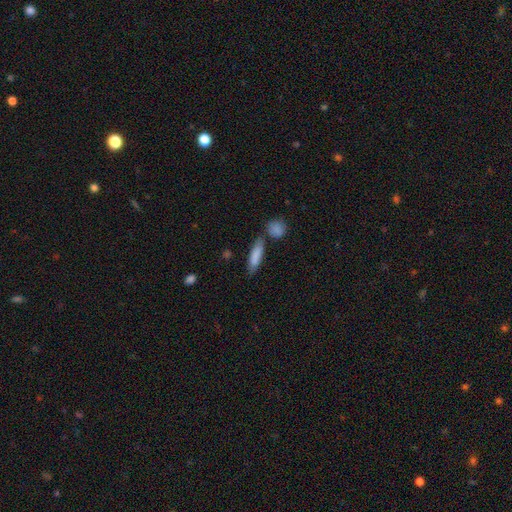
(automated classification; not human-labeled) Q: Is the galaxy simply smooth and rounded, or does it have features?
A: smooth — 83%.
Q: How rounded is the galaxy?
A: cigar-shaped — 64%.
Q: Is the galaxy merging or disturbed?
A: none — 72%.